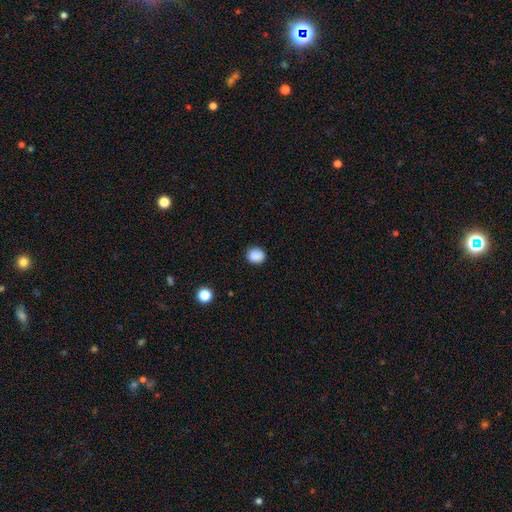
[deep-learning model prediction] This appears to be a smooth galaxy with no disk features (88%) that is round (77%). Merging: none (86%).